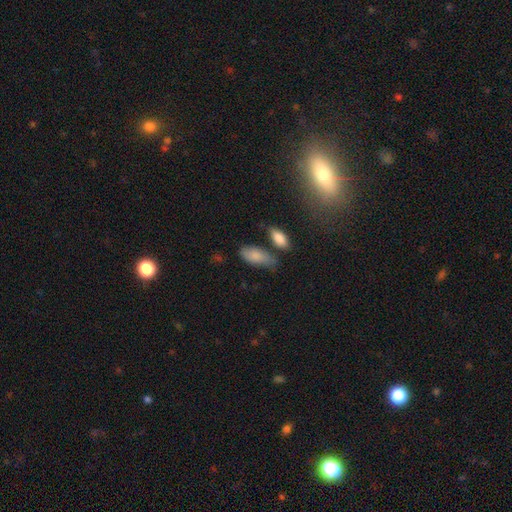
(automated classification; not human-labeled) A smooth galaxy with no disk features (83%) that is in between round and cigar-shaped (87%). Merging: none (50%).